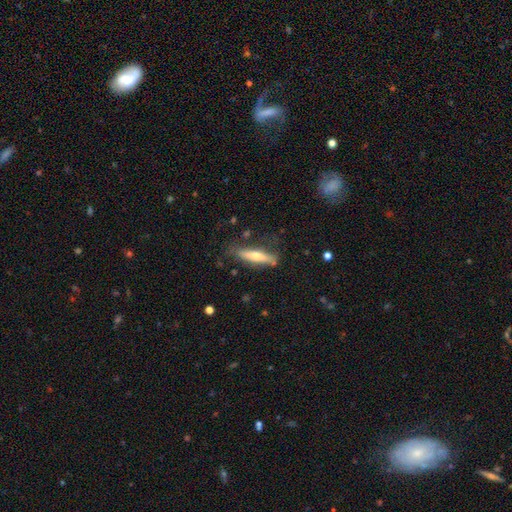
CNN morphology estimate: smooth 52%, featured or disk 42%, star or artifact 6%. Down the decision tree: how rounded — cigar-shaped (84%); merging — none (75%).